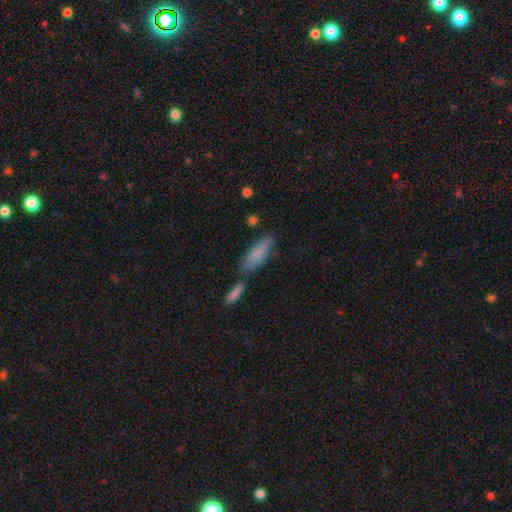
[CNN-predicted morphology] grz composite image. It shows a smooth galaxy with no disk features (83%) that is in between round and cigar-shaped (56%). Merging: none (58%).